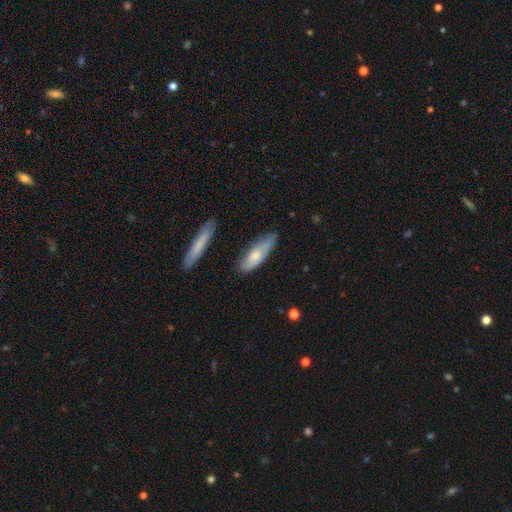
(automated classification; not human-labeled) This appears to be a smooth galaxy with no disk features (68%) that is in between round and cigar-shaped (50%). Merging: none (68%).